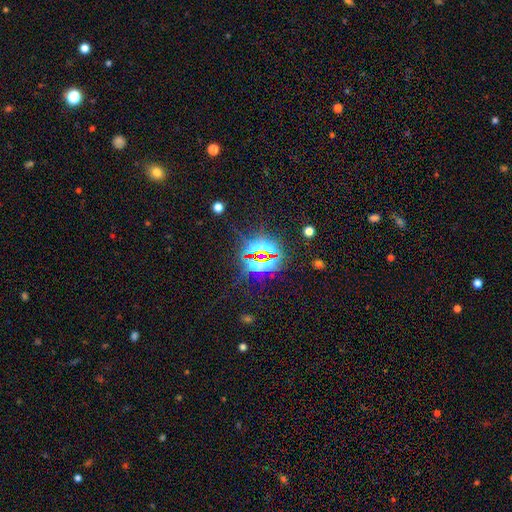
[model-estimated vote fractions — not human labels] Overall: star or artifact (81%).